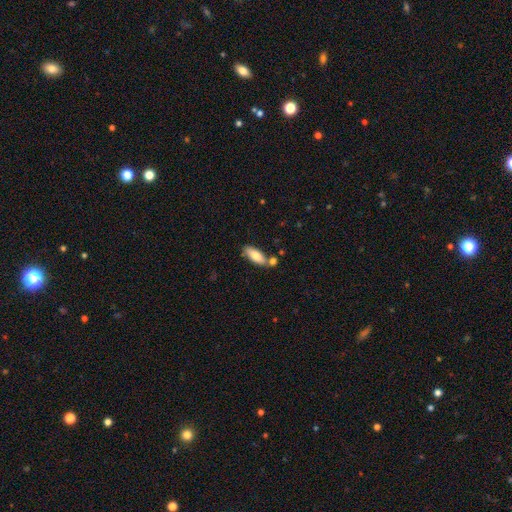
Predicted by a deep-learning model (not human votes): Smooth or featured? smooth (76%)
How rounded? in between (74%)
Merging? none (67%)